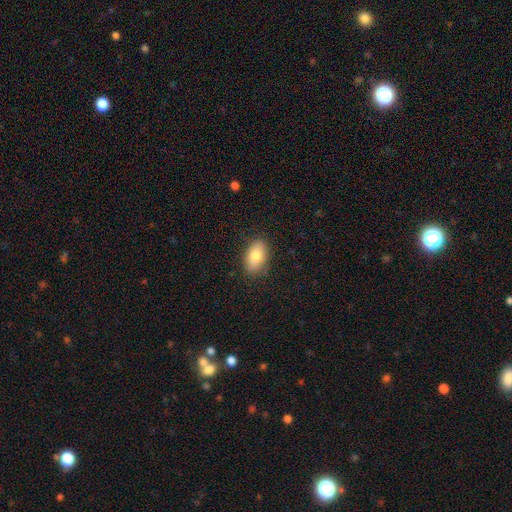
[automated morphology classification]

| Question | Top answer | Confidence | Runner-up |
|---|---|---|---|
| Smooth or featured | smooth | 81% | featured or disk (12%) |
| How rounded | in between | 90% | round (7%) |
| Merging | none | 84% | minor disturbance (12%) |